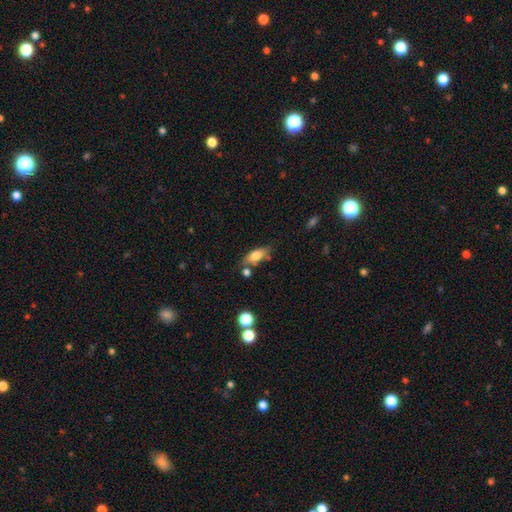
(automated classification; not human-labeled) Smooth or featured?
  - smooth: 73% *
  - featured or disk: 20%
  - star or artifact: 8%
How rounded?
  - in between: 76% *
  - cigar-shaped: 21%
  - round: 4%
Merging?
  - none: 67% *
  - minor disturbance: 17%
  - merger: 11%
  - major disturbance: 5%